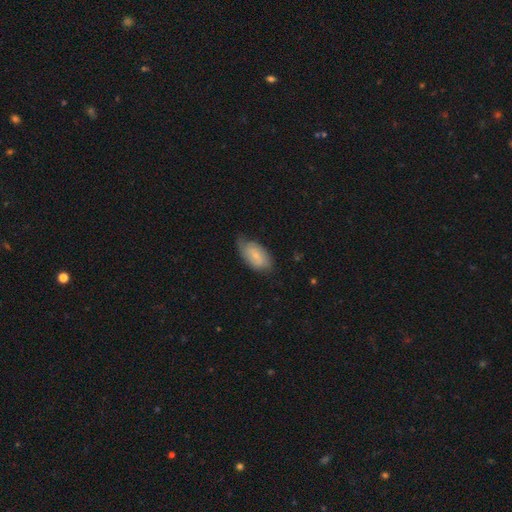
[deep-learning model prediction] The model was most divided on "smooth or featured": smooth: 54%, featured or disk: 40%, star or artifact: 6%. More confident: how rounded — in between (93%); merging — none (60%).